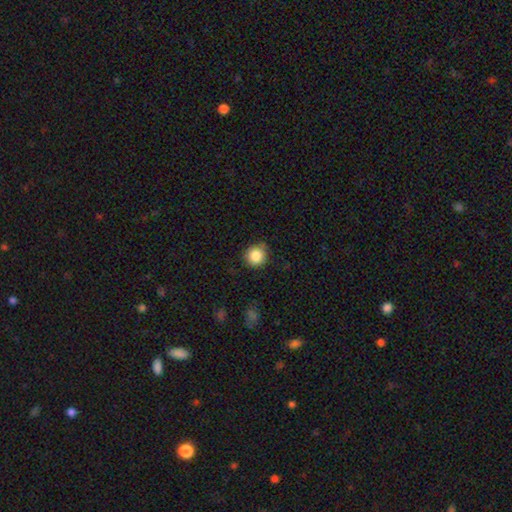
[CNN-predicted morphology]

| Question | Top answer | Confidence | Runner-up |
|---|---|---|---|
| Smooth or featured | smooth | 86% | star or artifact (10%) |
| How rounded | round | 91% | in between (8%) |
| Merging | none | 81% | minor disturbance (15%) |